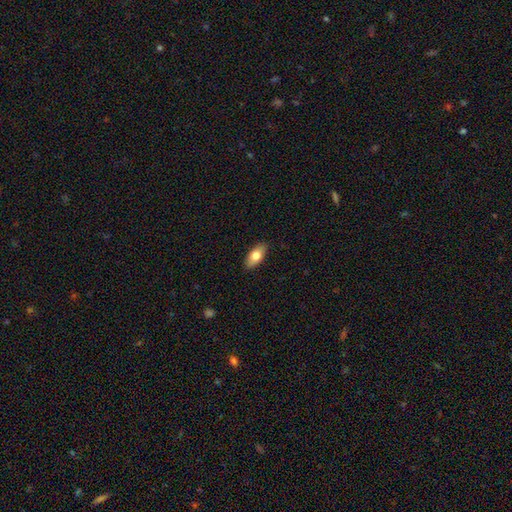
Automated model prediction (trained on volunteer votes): A smooth galaxy with no disk features (75%) that is in between round and cigar-shaped (88%).

Vote fractions:
- Smooth or featured? smooth: 75% / featured or disk: 18% / star or artifact: 6%
- How rounded? in between: 88% / cigar-shaped: 9% / round: 3%
- Merging? none: 89% / minor disturbance: 9% / major disturbance: 2% / merger: 1%